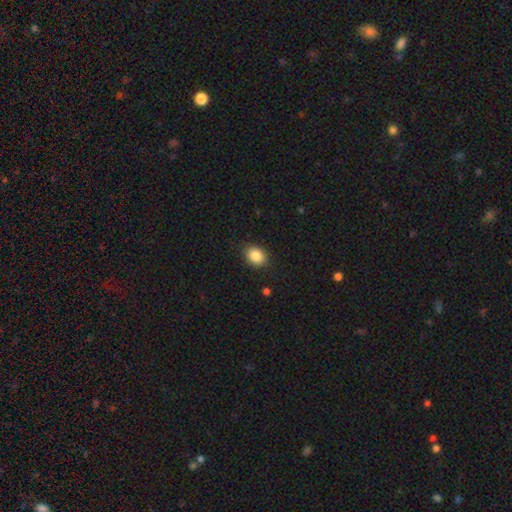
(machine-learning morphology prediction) smooth_or_featured: smooth (p=0.87) [alt: star or artifact p=0.08]
how_rounded: in between (p=0.57) [alt: round p=0.42]
merging: none (p=0.87) [alt: minor disturbance p=0.10]